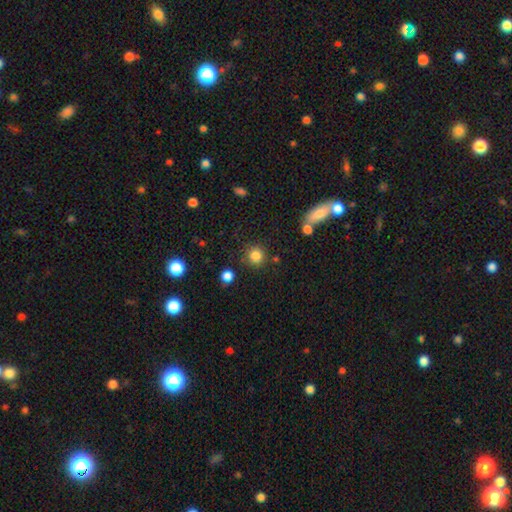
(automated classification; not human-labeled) Smooth or featured? Predicted: smooth (p=0.83). How rounded? Predicted: round (p=0.91). Merging? Predicted: none (p=0.82).